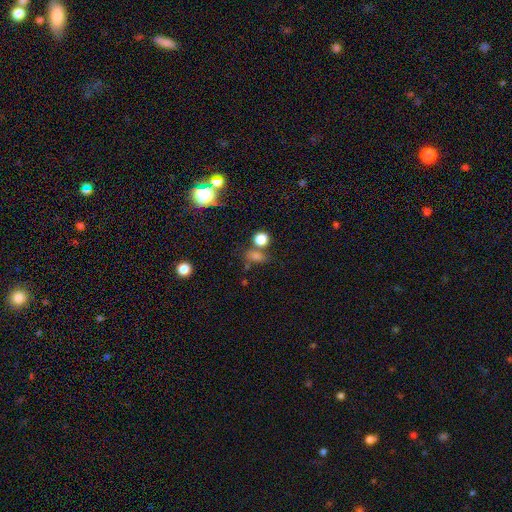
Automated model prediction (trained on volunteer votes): smooth_or_featured: smooth (p=0.64) [alt: star or artifact p=0.27]
how_rounded: in between (p=0.54) [alt: round p=0.40]
merging: none (p=0.57) [alt: merger p=0.19]